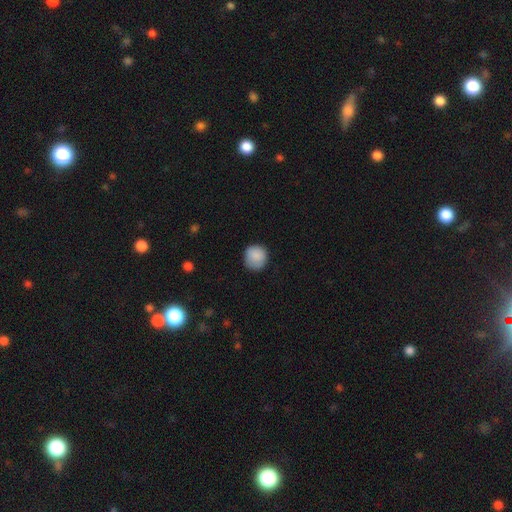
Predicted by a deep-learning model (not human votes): Overall: smooth (87%). How rounded: round (90%). Merging: none (79%).